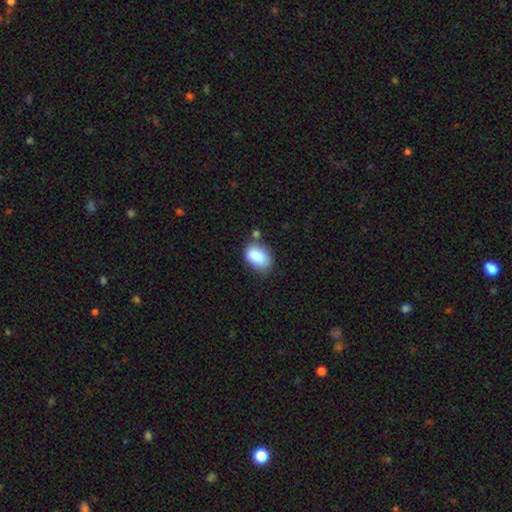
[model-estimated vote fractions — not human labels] Smooth or featured: smooth — 84% (star or artifact — 8%)
How rounded: in between — 83% (round — 16%)
Merging: none — 59% (minor disturbance — 26%)